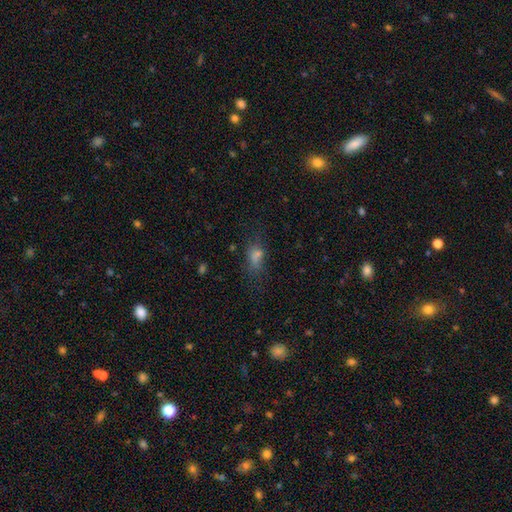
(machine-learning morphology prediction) A smooth galaxy with no disk features (59%) that is in between round and cigar-shaped (64%). Merging: none (59%).